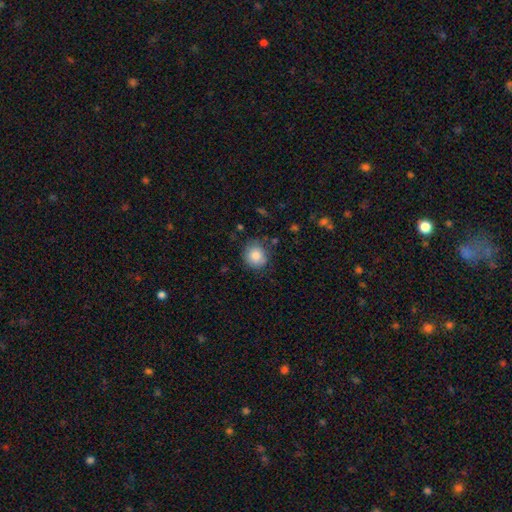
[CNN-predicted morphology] Smooth or featured? smooth (85%)
How rounded? round (86%)
Merging? none (77%)